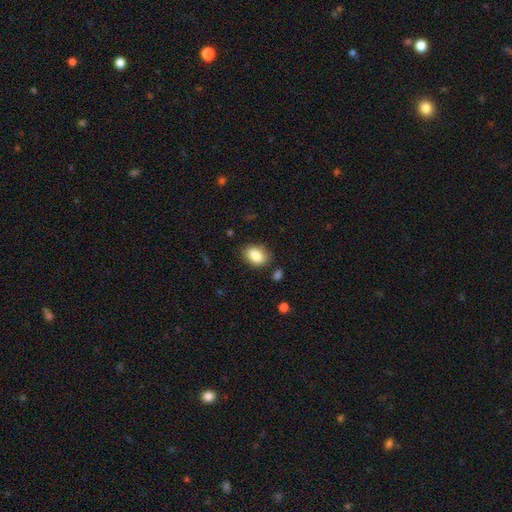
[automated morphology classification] smooth-or-featured: smooth: 84% | featured or disk: 8% | star or artifact: 8%
  how-rounded: in between: 80% | round: 18% | cigar-shaped: 1%
  merging: none: 81% | minor disturbance: 13% | major disturbance: 3% | merger: 2%